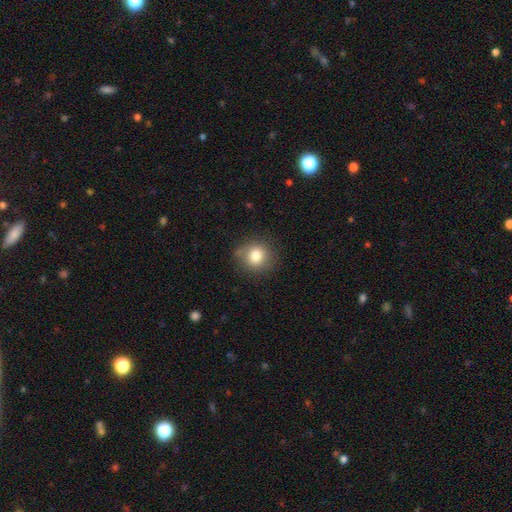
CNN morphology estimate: A smooth galaxy with no disk features (79%) that is round (86%).

Vote fractions:
- Smooth or featured? smooth: 79% / star or artifact: 11% / featured or disk: 10%
- How rounded? round: 86% / in between: 13% / cigar-shaped: 1%
- Merging? none: 81% / minor disturbance: 13% / major disturbance: 4% / merger: 2%